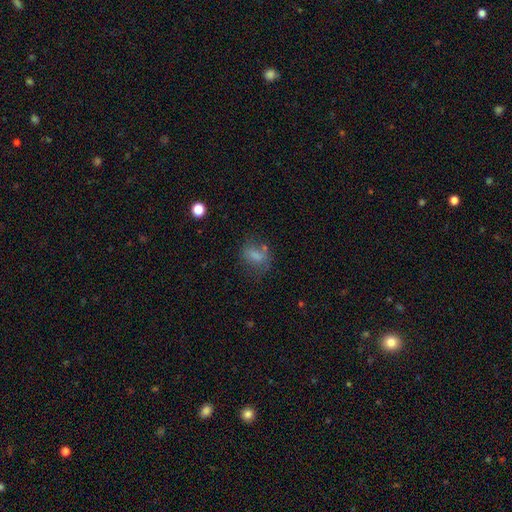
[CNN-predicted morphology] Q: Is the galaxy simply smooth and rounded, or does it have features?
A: smooth — 66%.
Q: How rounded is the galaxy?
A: in between — 68%.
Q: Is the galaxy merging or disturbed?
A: none — 50%.